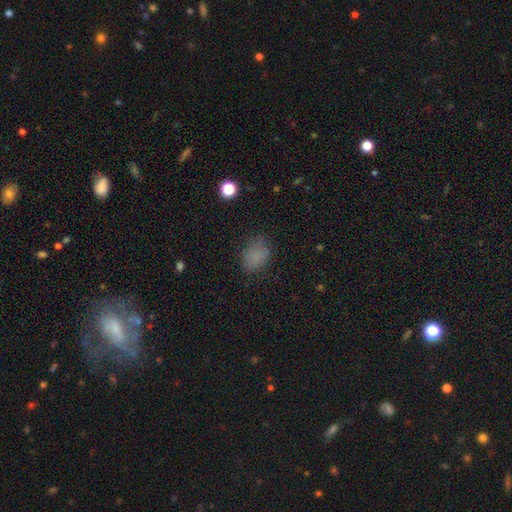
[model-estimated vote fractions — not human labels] Smooth or featured?
  - smooth: 80% *
  - star or artifact: 14%
  - featured or disk: 6%
How rounded?
  - in between: 71% *
  - round: 28%
  - cigar-shaped: 1%
Merging?
  - none: 75% *
  - minor disturbance: 18%
  - major disturbance: 6%
  - merger: 1%